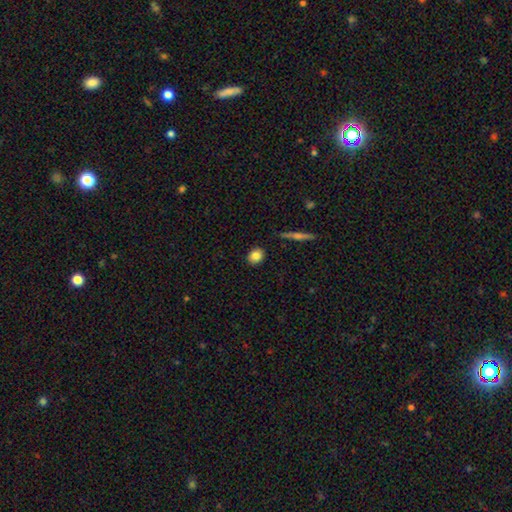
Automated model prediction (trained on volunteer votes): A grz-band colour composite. It shows a smooth galaxy with no disk features (84%) that is round (62%). Merging: none (89%).